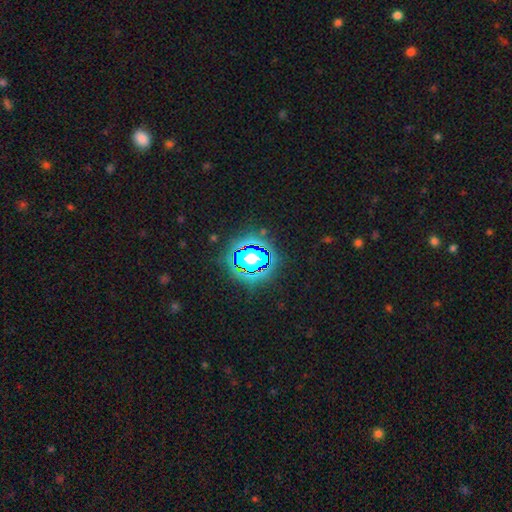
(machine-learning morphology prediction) Smooth or featured? star or artifact (63%)